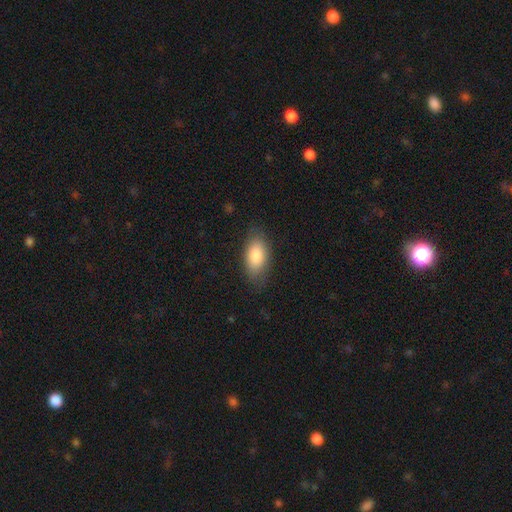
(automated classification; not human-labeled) Smooth or featured: smooth — 82% (featured or disk — 11%)
How rounded: in between — 90% (cigar-shaped — 6%)
Merging: none — 80% (minor disturbance — 16%)